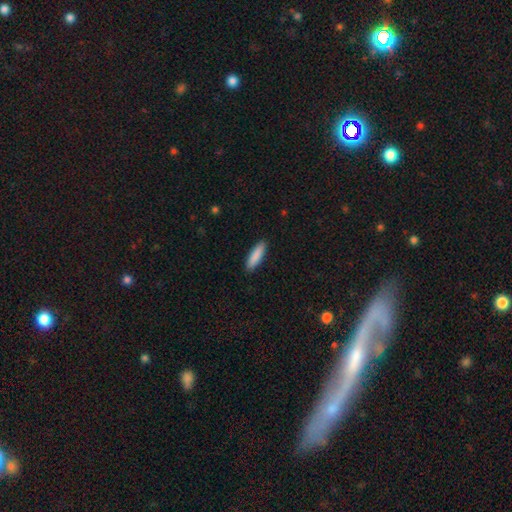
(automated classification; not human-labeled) This appears to be a smooth galaxy with no disk features (89%) that is cigar-shaped (66%). Merging: none (90%).